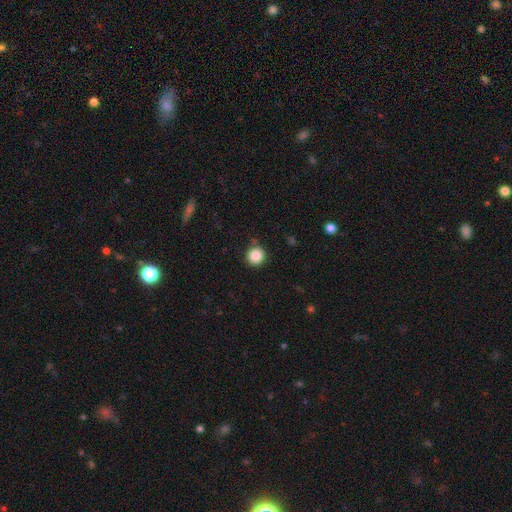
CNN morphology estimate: A smooth galaxy with no disk features (87%) that is round (95%).

Vote fractions:
- Smooth or featured? smooth: 87% / star or artifact: 10% / featured or disk: 3%
- How rounded? round: 95% / in between: 4% / cigar-shaped: 1%
- Merging? none: 87% / minor disturbance: 8% / major disturbance: 2% / merger: 2%